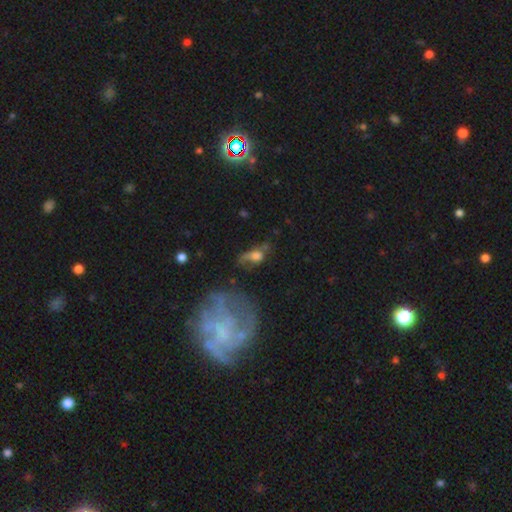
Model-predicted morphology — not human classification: This is possibly a smooth galaxy (53%). How rounded: likely in between (65%). Merging: marginally major disturbance (38%).